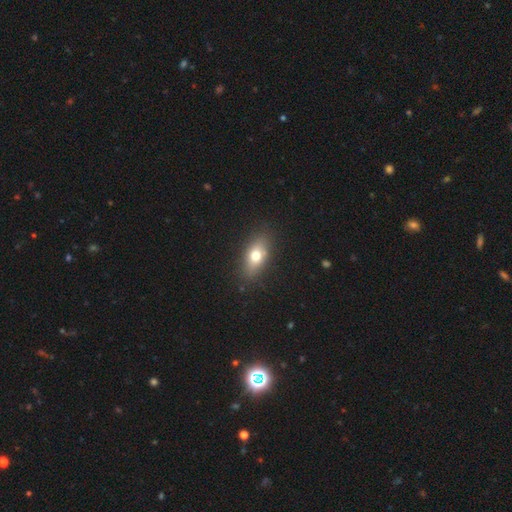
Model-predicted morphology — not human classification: Smooth or featured?
  - smooth: 70% *
  - featured or disk: 21%
  - star or artifact: 9%
How rounded?
  - in between: 78% *
  - cigar-shaped: 12%
  - round: 9%
Merging?
  - none: 84% *
  - minor disturbance: 11%
  - major disturbance: 3%
  - merger: 1%